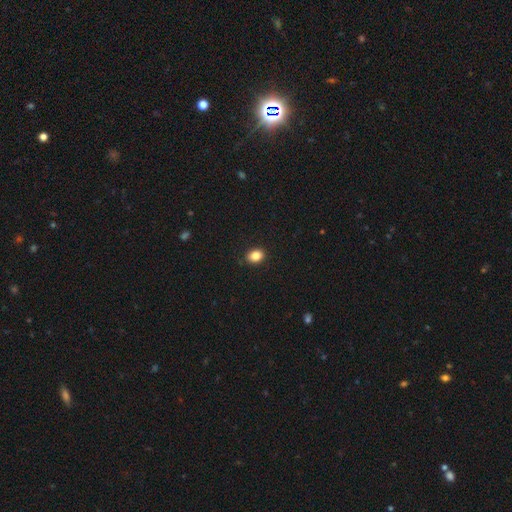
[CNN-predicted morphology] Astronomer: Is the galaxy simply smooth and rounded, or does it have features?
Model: smooth — 85%.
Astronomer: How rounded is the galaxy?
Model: in between — 64%.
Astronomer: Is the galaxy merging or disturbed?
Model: none — 88%.